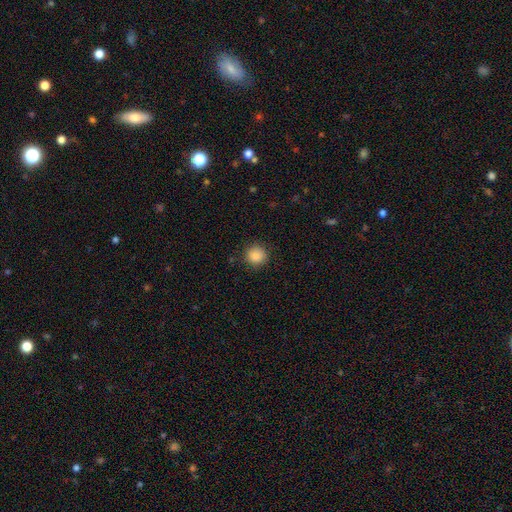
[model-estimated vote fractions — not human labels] The model was most divided on "smooth or featured": smooth: 88%, star or artifact: 9%, featured or disk: 3%. More confident: how rounded — round (92%); merging — none (88%).